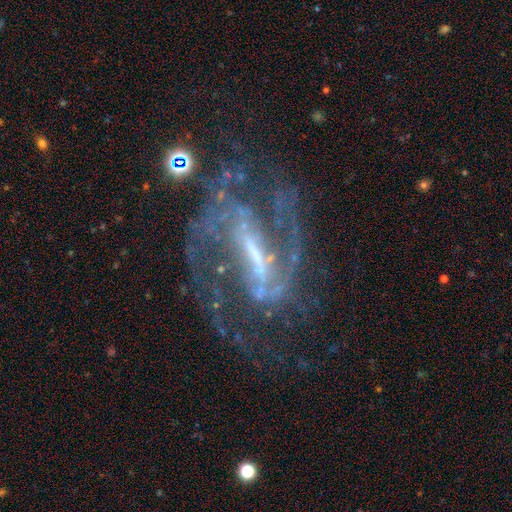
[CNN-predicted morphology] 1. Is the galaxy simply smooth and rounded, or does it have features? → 89% featured or disk, 7% star or artifact, 4% smooth.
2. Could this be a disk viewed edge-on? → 96% no, 4% yes.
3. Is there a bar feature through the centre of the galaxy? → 61% strong, 31% weak, 9% no.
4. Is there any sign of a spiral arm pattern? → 95% yes, 5% no.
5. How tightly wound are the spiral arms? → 54% medium, 24% loose, 22% tight.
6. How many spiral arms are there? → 75% 2, 9% can't tell, 6% 3, 4% 1, 3% 4, 3% more than 4.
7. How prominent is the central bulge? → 44% small, 27% moderate, 23% none, 5% large, 1% dominant.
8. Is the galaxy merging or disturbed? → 55% none, 24% major disturbance, 17% minor disturbance, 4% merger.